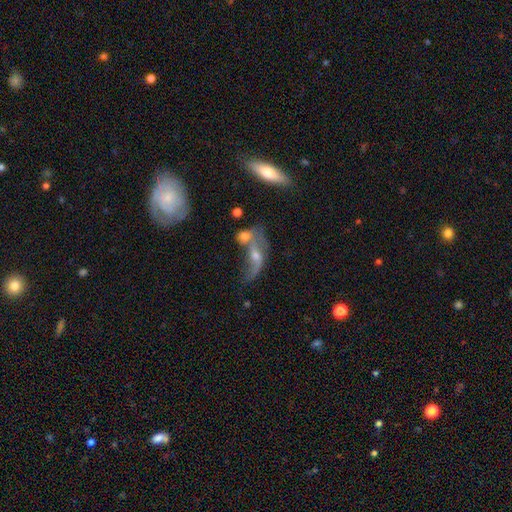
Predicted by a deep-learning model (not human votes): smooth-or-featured: featured or disk: 64% | smooth: 24% | star or artifact: 12%
  disk-edge-on: no: 85% | yes: 15%
    bar: no: 62% | weak: 29% | strong: 9%
    has-spiral-arms: yes: 69% | no: 31%
    bulge-size: moderate: 45% | small: 38% | none: 9% | large: 6% | dominant: 2%
  merging: merger: 47% | none: 22% | major disturbance: 19% | minor disturbance: 12%